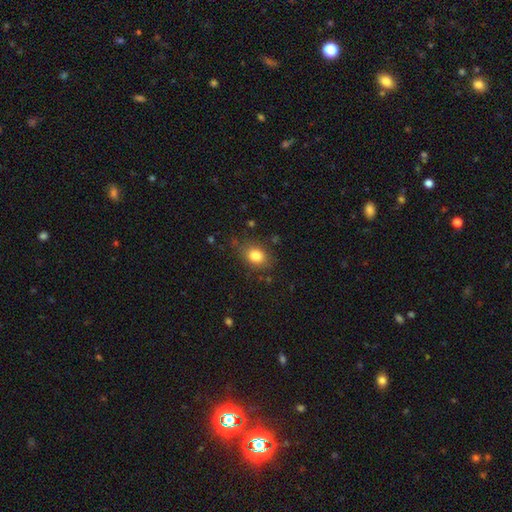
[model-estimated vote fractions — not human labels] Q: Smooth or featured?
A: smooth (82%); runner-up: star or artifact (10%)
Q: How rounded?
A: in between (62%); runner-up: round (36%)
Q: Merging?
A: none (77%); runner-up: minor disturbance (16%)